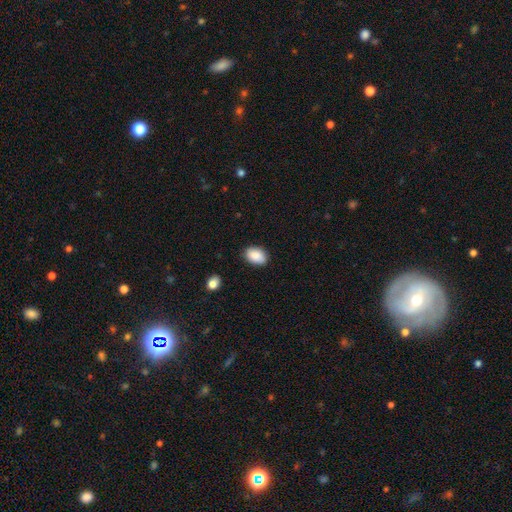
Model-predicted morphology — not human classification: smooth 89%, star or artifact 7%, featured or disk 4%. Down the decision tree: how rounded — in between (86%); merging — none (86%).